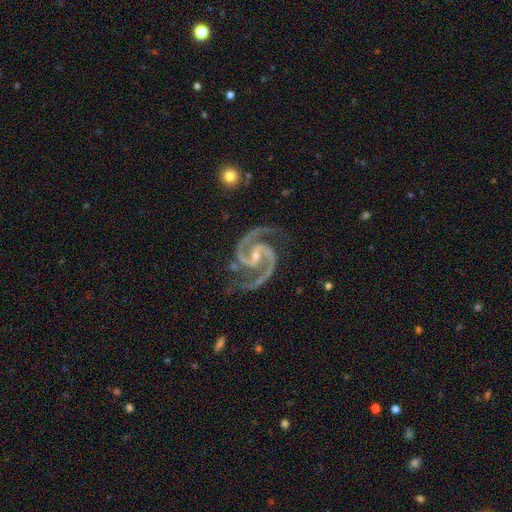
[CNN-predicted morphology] Smooth or featured?
  - featured or disk: 95% *
  - star or artifact: 3%
  - smooth: 1%
Edge-on disk?
  - no: 99% *
  - yes: 1%
Bar?
  - weak: 41% *
  - no: 30%
  - strong: 30%
Spiral arms?
  - yes: 99% *
  - no: 1%
Spiral winding?
  - medium: 68% *
  - tight: 24%
  - loose: 8%
Spiral arm count?
  - 2: 94% *
  - 3: 2%
  - can't tell: 1%
  - 1: 1%
  - 4: 1%
  - more than 4: 1%
Bulge size?
  - small: 70% *
  - moderate: 25%
  - none: 3%
  - large: 1%
  - dominant: 1%
Merging?
  - none: 77% *
  - minor disturbance: 16%
  - major disturbance: 5%
  - merger: 2%